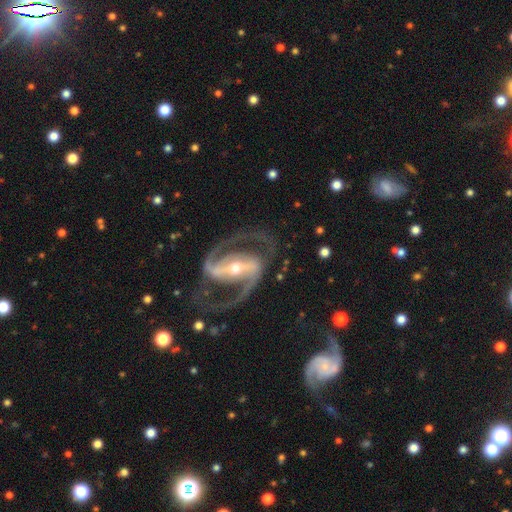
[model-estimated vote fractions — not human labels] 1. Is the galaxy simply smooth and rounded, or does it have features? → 93% featured or disk, 4% star or artifact, 3% smooth.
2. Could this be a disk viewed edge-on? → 97% no, 3% yes.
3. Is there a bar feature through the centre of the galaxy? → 67% strong, 22% weak, 11% no.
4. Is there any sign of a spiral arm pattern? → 98% yes, 2% no.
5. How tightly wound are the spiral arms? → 61% medium, 21% tight, 18% loose.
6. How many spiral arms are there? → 93% 2, 2% 3, 2% can't tell, 1% 1, 1% 4, 1% more than 4.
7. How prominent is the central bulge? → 52% small, 43% moderate, 3% large, 1% none, 1% dominant.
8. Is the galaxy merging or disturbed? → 74% none, 14% minor disturbance, 10% major disturbance, 2% merger.